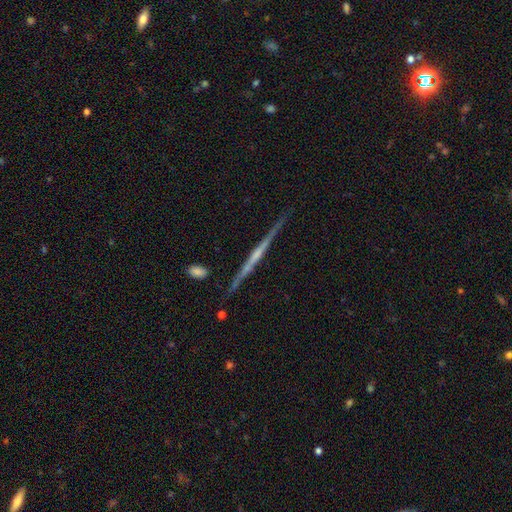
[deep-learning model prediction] Overall: featured or disk (76%). Edge-on disk: yes (98%). Edge-on bulge: none (54%; rounded 32%). Merging: none (86%).